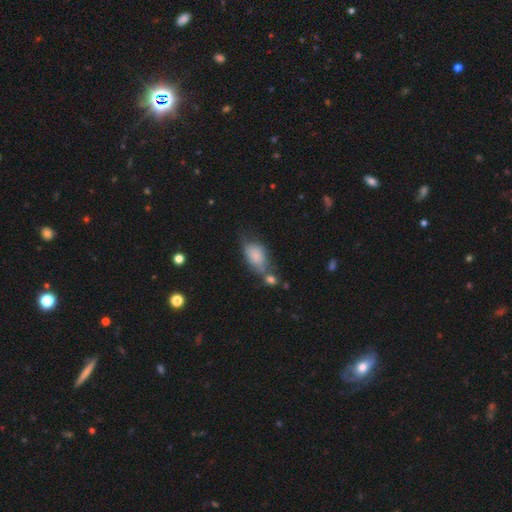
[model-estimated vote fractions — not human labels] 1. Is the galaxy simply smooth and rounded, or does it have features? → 77% smooth, 15% featured or disk, 8% star or artifact.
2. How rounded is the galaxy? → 88% in between, 9% round, 3% cigar-shaped.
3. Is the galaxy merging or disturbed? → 36% none, 29% minor disturbance, 23% merger, 13% major disturbance.